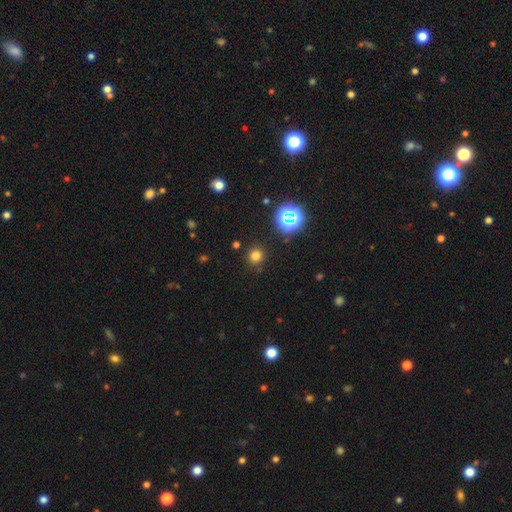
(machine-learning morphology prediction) type=smooth (73%); roundness=round (92%); merging=none (88%).